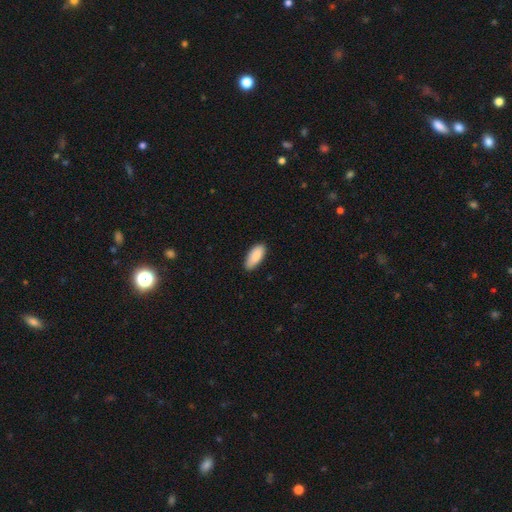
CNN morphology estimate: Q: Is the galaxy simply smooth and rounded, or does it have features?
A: smooth — 89%.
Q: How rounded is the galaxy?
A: in between — 84%.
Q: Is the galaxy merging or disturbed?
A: none — 86%.